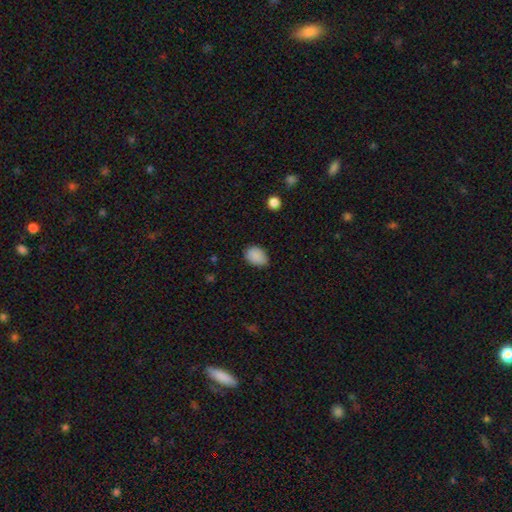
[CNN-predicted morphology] Q: Smooth or featured?
A: smooth (89%); runner-up: star or artifact (8%)
Q: How rounded?
A: in between (74%); runner-up: round (25%)
Q: Merging?
A: none (77%); runner-up: minor disturbance (19%)